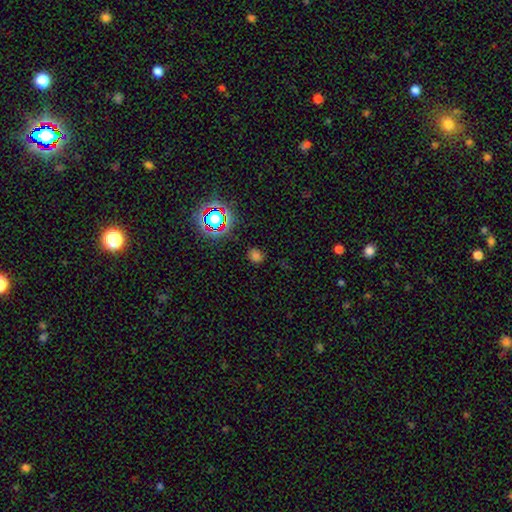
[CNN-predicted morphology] Smooth or featured? smooth (60%)
How rounded? round (64%)
Merging? none (81%)